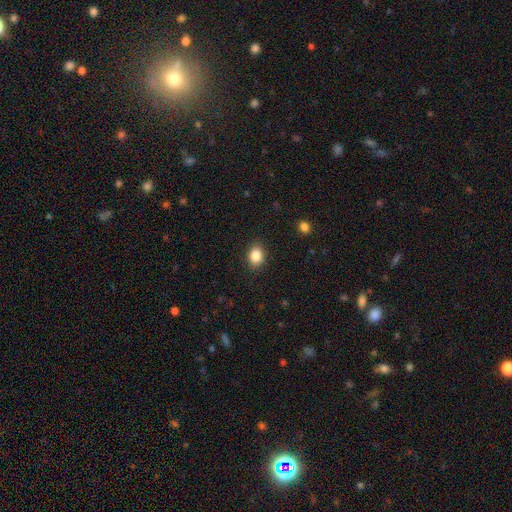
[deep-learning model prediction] A smooth galaxy with no disk features (86%) that is in between round and cigar-shaped (59%).

Vote fractions:
- Smooth or featured? smooth: 86% / star or artifact: 9% / featured or disk: 5%
- How rounded? in between: 59% / round: 40% / cigar-shaped: 1%
- Merging? none: 88% / minor disturbance: 9% / major disturbance: 2% / merger: 1%